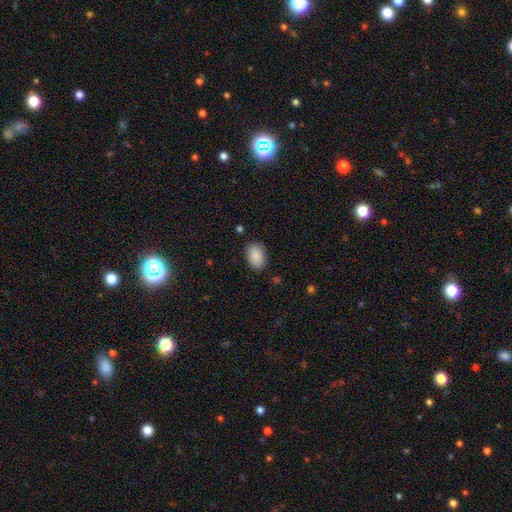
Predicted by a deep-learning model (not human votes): Q: Smooth or featured?
A: smooth (88%); runner-up: star or artifact (7%)
Q: How rounded?
A: in between (89%); runner-up: round (10%)
Q: Merging?
A: none (85%); runner-up: minor disturbance (11%)